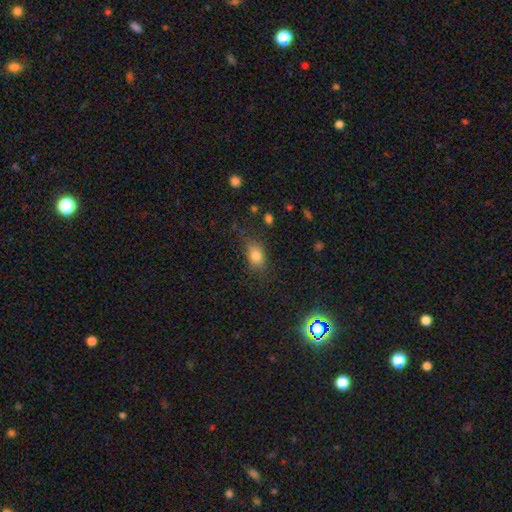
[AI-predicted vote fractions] smooth-or-featured: smooth: 80% | star or artifact: 11% | featured or disk: 8%
  how-rounded: in between: 76% | round: 20% | cigar-shaped: 3%
  merging: none: 73% | minor disturbance: 18% | major disturbance: 7% | merger: 2%